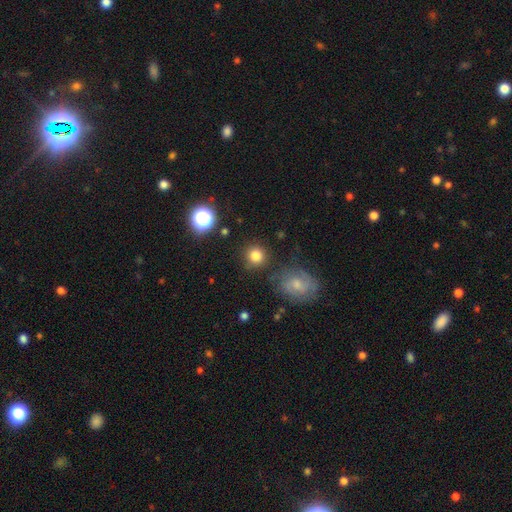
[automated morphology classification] Q: Smooth or featured?
A: smooth (79%); runner-up: star or artifact (13%)
Q: How rounded?
A: round (92%); runner-up: in between (7%)
Q: Merging?
A: none (81%); runner-up: minor disturbance (10%)